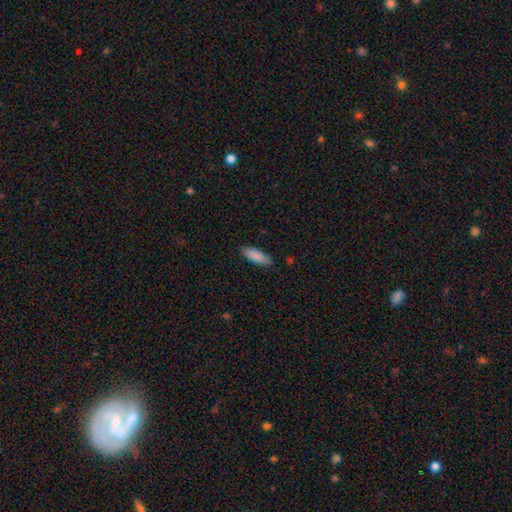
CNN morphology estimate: Smooth or featured? Predicted: smooth (p=0.88). How rounded? Predicted: in between (p=0.55). Merging? Predicted: none (p=0.86).